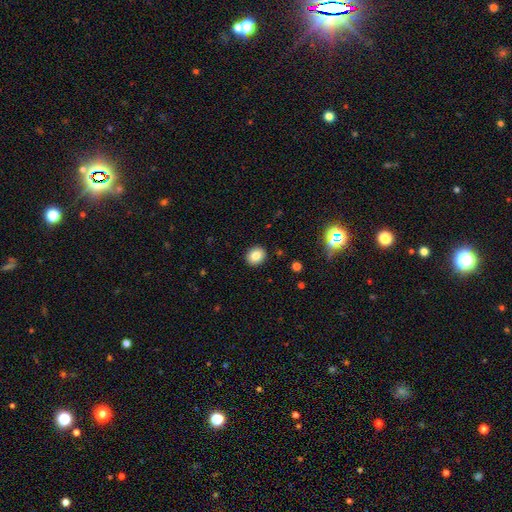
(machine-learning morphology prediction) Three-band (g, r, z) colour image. It shows a smooth galaxy with no disk features (83%) that is round (63%). Merging: none (91%).